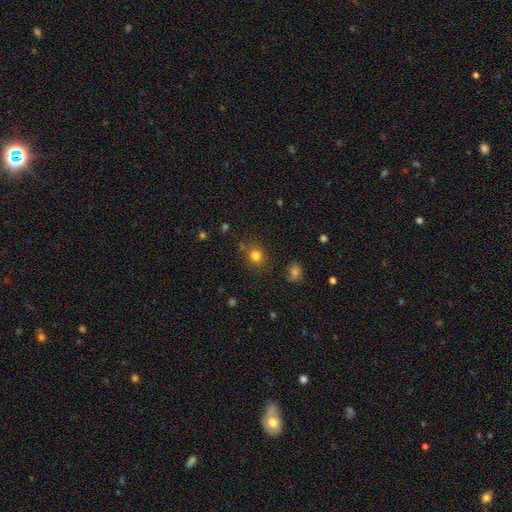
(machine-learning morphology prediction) smooth_or_featured: smooth (p=0.79) [alt: star or artifact p=0.15]
how_rounded: round (p=0.80) [alt: in between p=0.19]
merging: none (p=0.81) [alt: minor disturbance p=0.10]